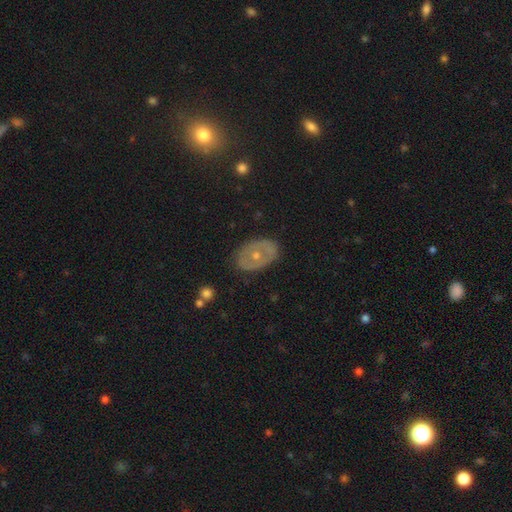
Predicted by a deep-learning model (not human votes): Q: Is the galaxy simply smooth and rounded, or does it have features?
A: featured or disk — 56%.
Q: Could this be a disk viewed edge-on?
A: no — 92%.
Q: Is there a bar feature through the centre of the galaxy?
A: no — 89%.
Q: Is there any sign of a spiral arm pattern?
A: no — 88%.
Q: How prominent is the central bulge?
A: moderate — 58%.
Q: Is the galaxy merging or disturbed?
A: none — 82%.